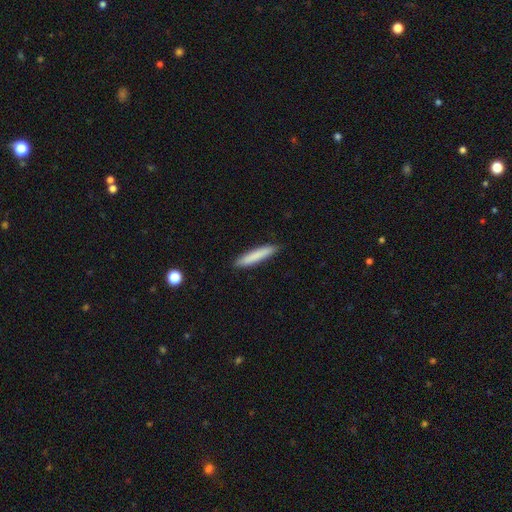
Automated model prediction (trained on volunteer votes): Smooth or featured: smooth — 82% (featured or disk — 12%)
How rounded: cigar-shaped — 91% (in between — 8%)
Merging: none — 88% (minor disturbance — 9%)